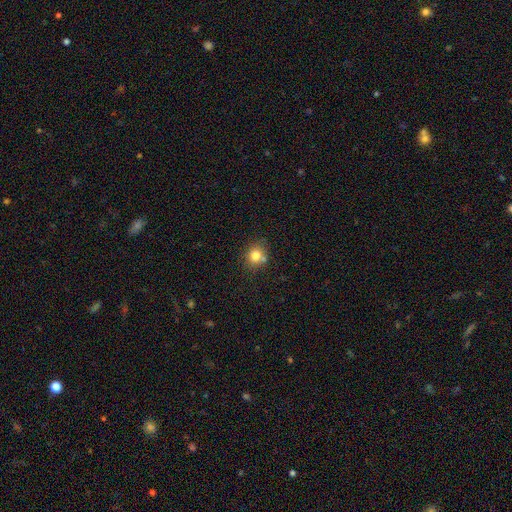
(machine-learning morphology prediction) This appears to be a smooth galaxy with no disk features (79%) that is round (74%). Merging: none (68%).